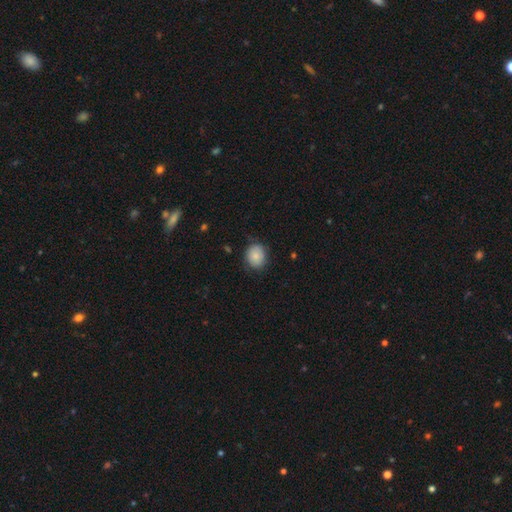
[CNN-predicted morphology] Smooth or featured?
  - smooth: 84% *
  - featured or disk: 8%
  - star or artifact: 8%
How rounded?
  - round: 66% *
  - in between: 33%
  - cigar-shaped: 1%
Merging?
  - none: 76% *
  - minor disturbance: 19%
  - major disturbance: 4%
  - merger: 1%